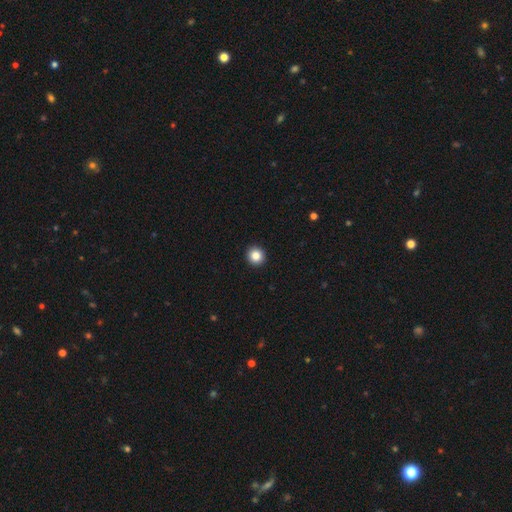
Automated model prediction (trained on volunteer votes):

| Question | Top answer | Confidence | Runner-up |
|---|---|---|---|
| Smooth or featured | smooth | 85% | star or artifact (10%) |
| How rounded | round | 95% | in between (4%) |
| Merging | none | 94% | minor disturbance (4%) |